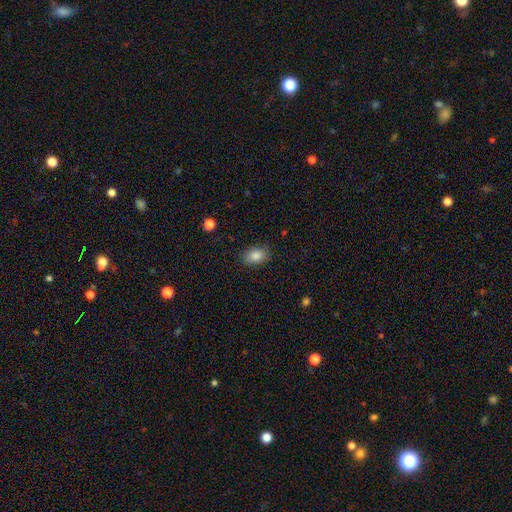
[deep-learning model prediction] This appears to be a smooth galaxy with no disk features (86%) that is in between round and cigar-shaped (85%). Merging: none (85%).